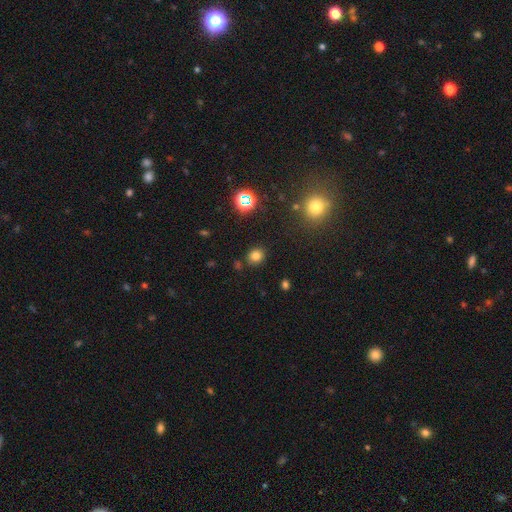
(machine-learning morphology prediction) This is likely a smooth galaxy (75%). How rounded: likely round (77%). Merging: clearly none (85%).